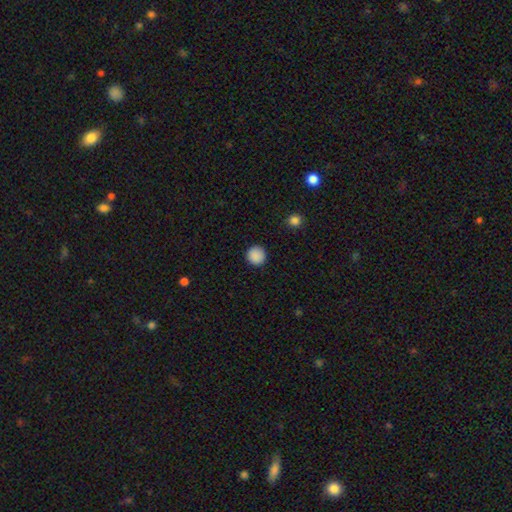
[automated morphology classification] Smooth or featured: smooth — 89% (star or artifact — 9%)
How rounded: round — 95% (in between — 4%)
Merging: none — 93% (minor disturbance — 5%)